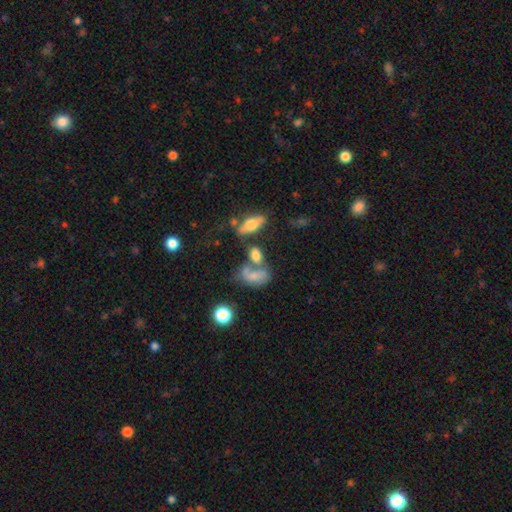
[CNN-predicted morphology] A smooth galaxy with no disk features (61%) that is in between round and cigar-shaped (78%). Merging: merger (42%).